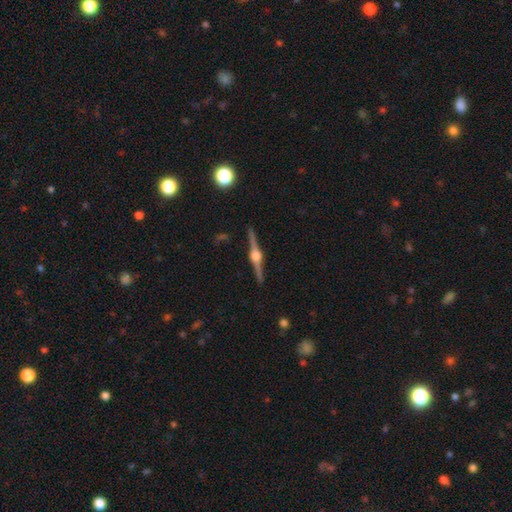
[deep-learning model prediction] A featured or disk galaxy (89%) viewed edge-on (99%) with a rounded central bulge (93%).

Vote fractions:
- Smooth or featured? featured or disk: 89% / smooth: 6% / star or artifact: 5%
- Edge-on disk? yes: 99% / no: 1%
- Edge-on bulge? rounded: 93% / boxy: 6% / none: 1%
- Merging? none: 92% / minor disturbance: 6% / major disturbance: 1% / merger: 1%